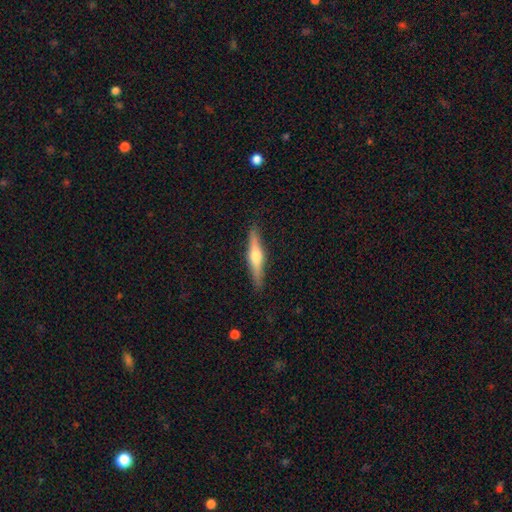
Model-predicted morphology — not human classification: smooth-or-featured: featured or disk: 60% | smooth: 34% | star or artifact: 6%
  disk-edge-on: yes: 96% | no: 4%
    edge-on-bulge: rounded: 91% | boxy: 5% | none: 4%
  merging: none: 89% | minor disturbance: 8% | major disturbance: 2% | merger: 1%